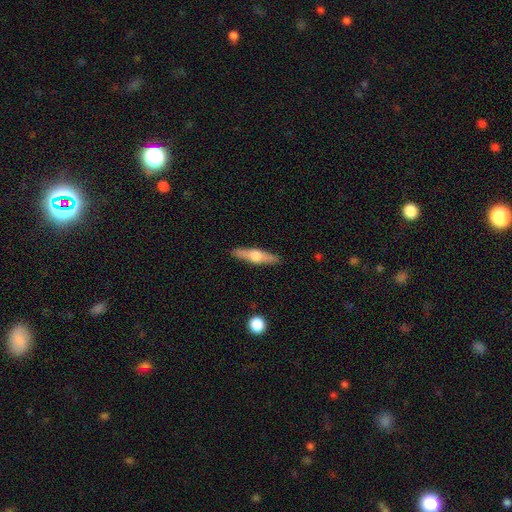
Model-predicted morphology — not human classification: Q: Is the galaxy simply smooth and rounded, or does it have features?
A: featured or disk — 56%.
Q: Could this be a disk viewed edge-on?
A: yes — 94%.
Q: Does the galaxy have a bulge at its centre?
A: rounded — 93%.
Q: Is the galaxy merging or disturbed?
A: none — 89%.